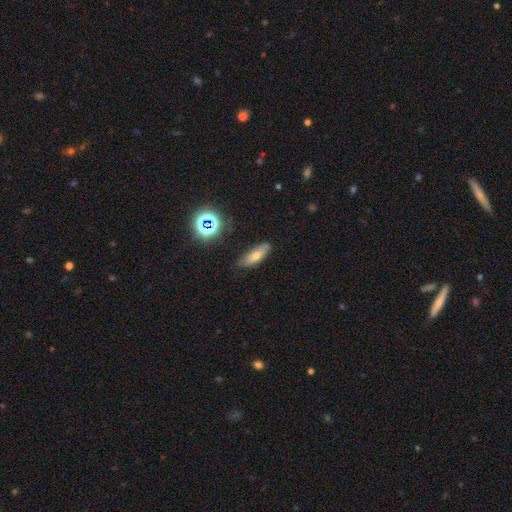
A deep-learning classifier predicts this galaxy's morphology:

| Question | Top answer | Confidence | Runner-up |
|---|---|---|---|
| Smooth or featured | smooth | 62% | featured or disk (23%) |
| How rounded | in between | 55% | cigar-shaped (41%) |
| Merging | none | 77% | minor disturbance (17%) |